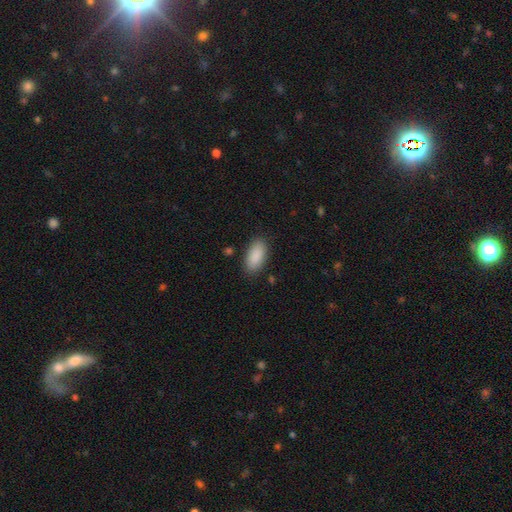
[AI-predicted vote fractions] A smooth galaxy with no disk features (90%) that is in between round and cigar-shaped (92%). Merging: none (86%).